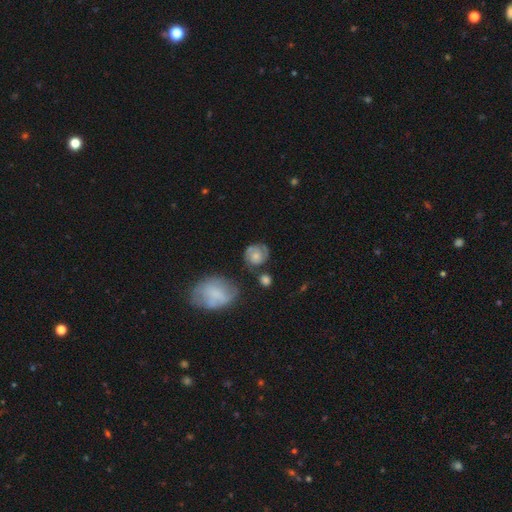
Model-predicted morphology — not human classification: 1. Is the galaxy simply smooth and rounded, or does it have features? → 57% featured or disk, 35% smooth, 8% star or artifact.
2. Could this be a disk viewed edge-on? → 97% no, 3% yes.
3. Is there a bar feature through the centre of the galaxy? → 77% no, 19% weak, 3% strong.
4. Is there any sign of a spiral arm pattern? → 84% yes, 16% no.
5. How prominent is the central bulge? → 44% moderate, 39% small, 9% none, 6% large, 2% dominant.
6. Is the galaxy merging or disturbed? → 62% none, 20% minor disturbance, 9% major disturbance, 8% merger.